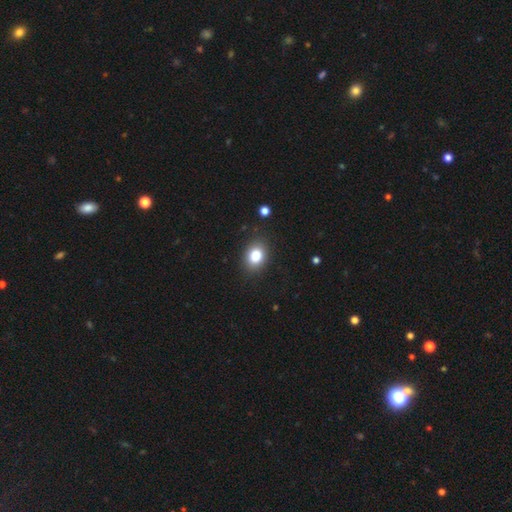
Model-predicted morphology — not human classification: Smooth or featured? smooth (83%)
How rounded? in between (62%)
Merging? none (85%)